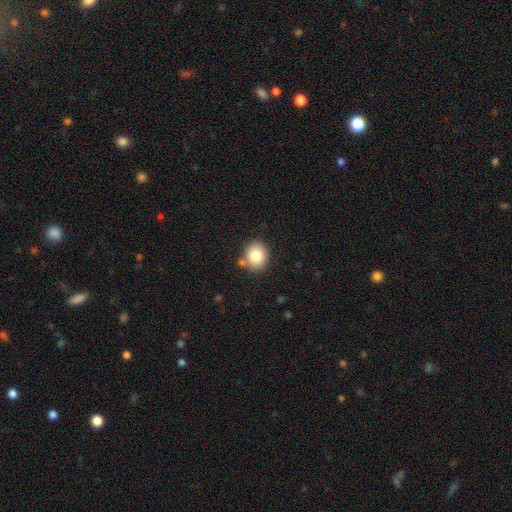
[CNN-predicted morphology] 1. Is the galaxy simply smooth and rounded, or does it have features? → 81% smooth, 10% star or artifact, 9% featured or disk.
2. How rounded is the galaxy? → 67% round, 32% in between, 1% cigar-shaped.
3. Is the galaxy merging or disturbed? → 78% none, 11% minor disturbance, 8% merger, 3% major disturbance.